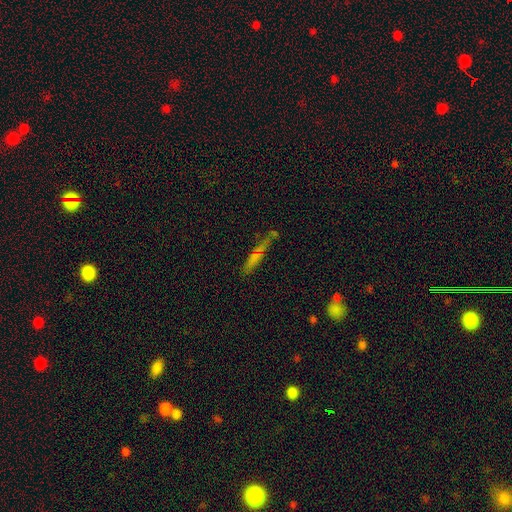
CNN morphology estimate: The model was most divided on "smooth or featured": smooth: 58%, featured or disk: 27%, star or artifact: 16%. More confident: how rounded — cigar-shaped (87%); merging — none (65%).